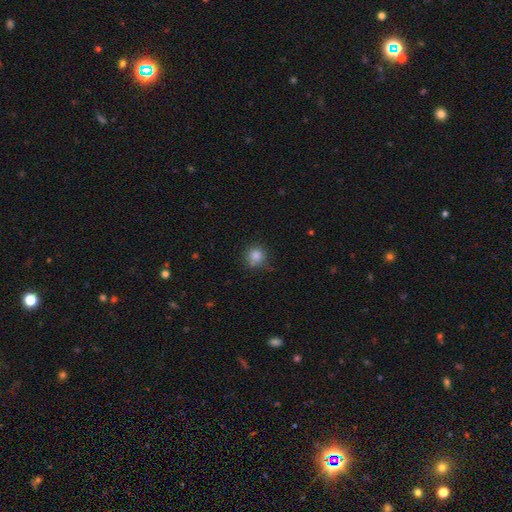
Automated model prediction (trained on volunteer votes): This is clearly a smooth galaxy (84%). How rounded: clearly round (91%). Merging: likely none (77%).